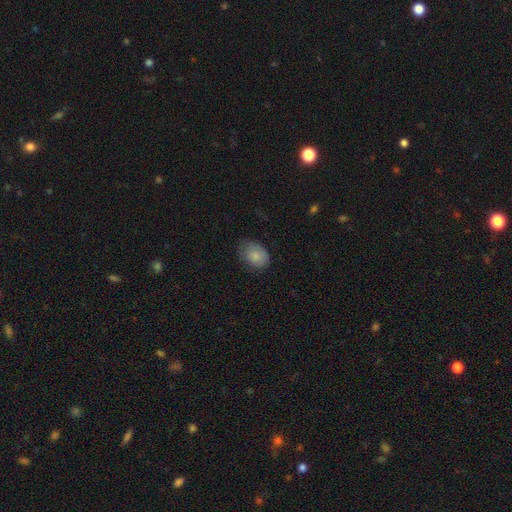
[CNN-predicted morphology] Overall: smooth (83%). How rounded: in between (74%). Merging: none (62%; minor disturbance 29%).